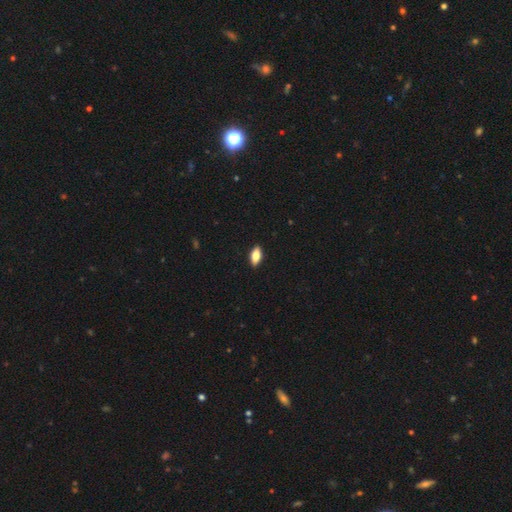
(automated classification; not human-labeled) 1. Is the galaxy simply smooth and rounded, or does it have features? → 76% smooth, 17% featured or disk, 7% star or artifact.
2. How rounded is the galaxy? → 84% in between, 13% cigar-shaped, 3% round.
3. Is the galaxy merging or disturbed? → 90% none, 8% minor disturbance, 2% major disturbance, 1% merger.